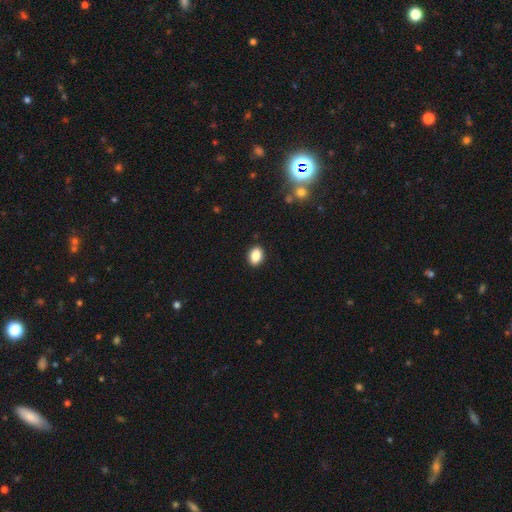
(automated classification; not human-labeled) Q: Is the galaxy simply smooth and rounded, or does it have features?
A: smooth — 87%.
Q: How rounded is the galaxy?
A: in between — 74%.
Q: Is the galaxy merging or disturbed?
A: none — 91%.